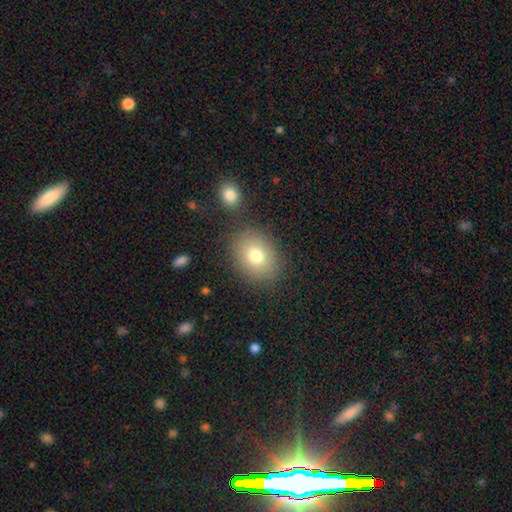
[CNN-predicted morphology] Q: Smooth or featured?
A: smooth (77%); runner-up: featured or disk (12%)
Q: How rounded?
A: in between (55%); runner-up: round (44%)
Q: Merging?
A: none (81%); runner-up: minor disturbance (10%)